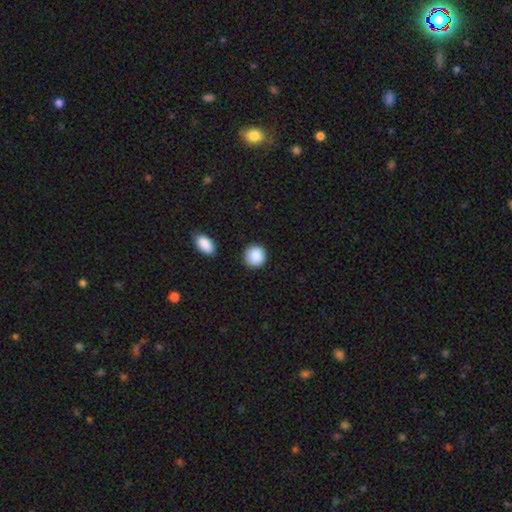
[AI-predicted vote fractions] Smooth or featured? smooth (88%)
How rounded? round (89%)
Merging? none (86%)